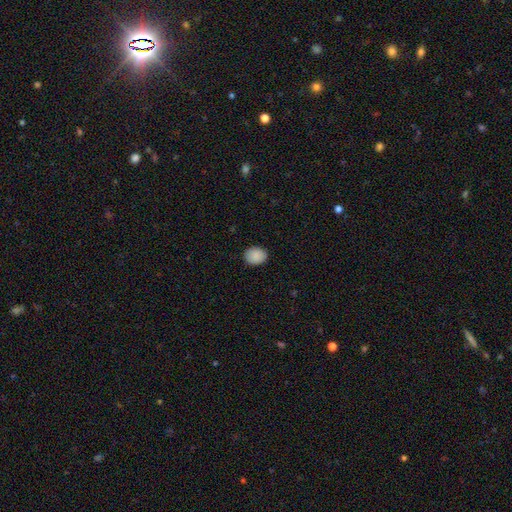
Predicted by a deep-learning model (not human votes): Morphology: type=smooth (89%); roundness=round (54%); merging=none (89%).